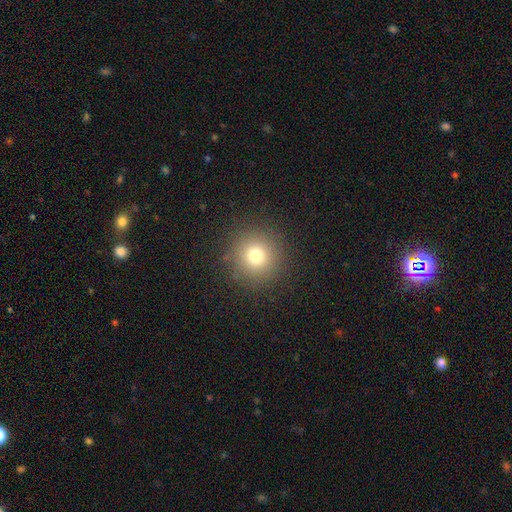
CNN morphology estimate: This is likely a smooth galaxy (75%). How rounded: clearly round (95%). Merging: clearly none (90%).